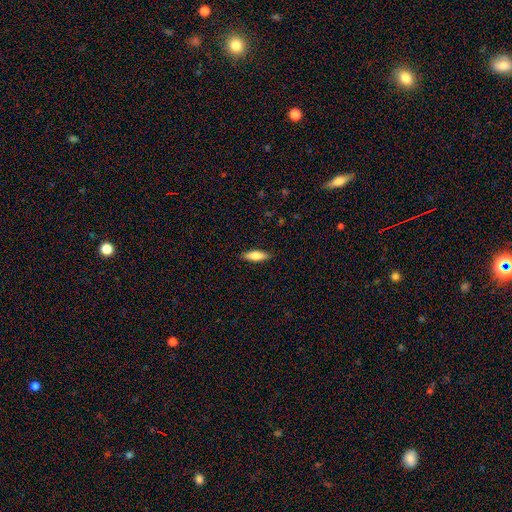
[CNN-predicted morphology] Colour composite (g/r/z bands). It shows a smooth galaxy with no disk features (74%) that is in between round and cigar-shaped (51%). Merging: none (89%).